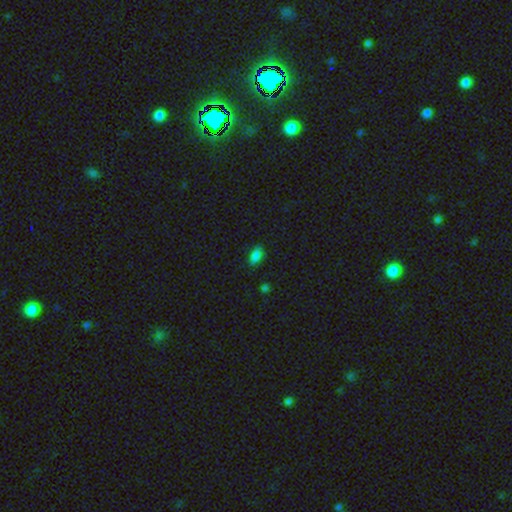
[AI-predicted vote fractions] Morphology: type=smooth (83%); roundness=in between (90%); merging=none (83%).